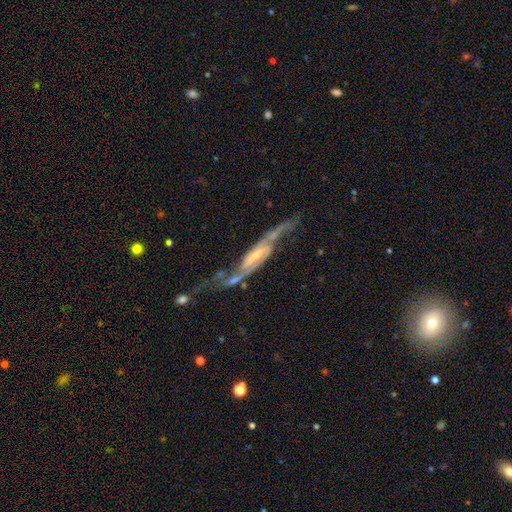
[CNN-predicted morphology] Overall: featured or disk (89%). Edge-on disk: no (83%). Bar: strong (43%; weak 38%). Spiral arms: yes (95%). Spiral arm count: 2 (92%). Spiral winding: loose (66%; medium 26%). Bulge size: small (56%; moderate 27%). Merging: none (53%; major disturbance 21%).